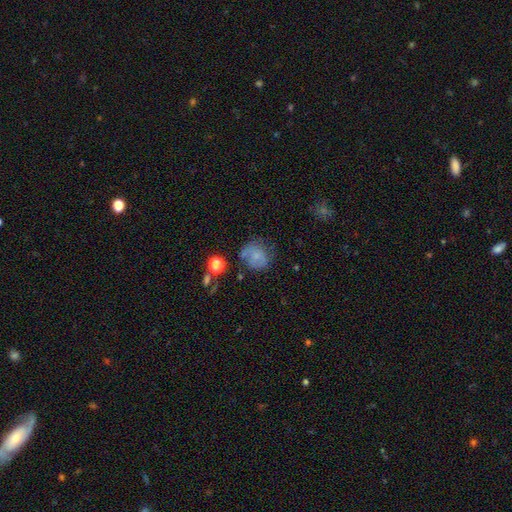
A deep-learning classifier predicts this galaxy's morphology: Smooth or featured? Predicted: smooth (p=0.58). How rounded? Predicted: round (p=0.72). Merging? Predicted: none (p=0.50).